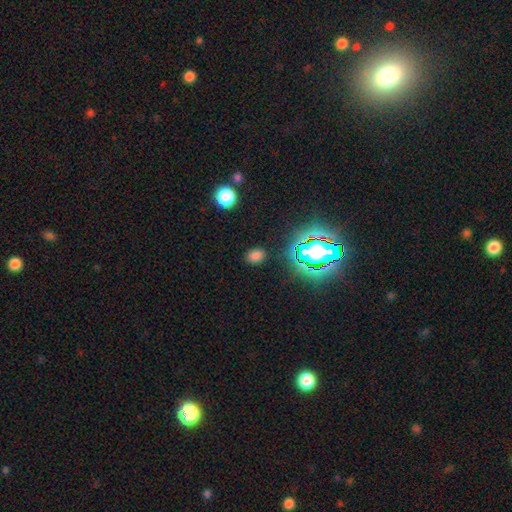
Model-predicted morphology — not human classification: Smooth or featured? Predicted: smooth (p=0.70). How rounded? Predicted: in between (p=0.67). Merging? Predicted: none (p=0.85).